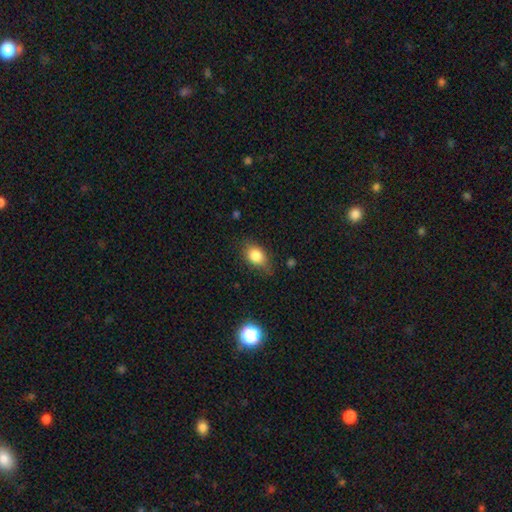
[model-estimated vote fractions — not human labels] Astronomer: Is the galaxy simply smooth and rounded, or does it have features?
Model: smooth — 82%.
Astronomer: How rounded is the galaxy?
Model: in between — 71%.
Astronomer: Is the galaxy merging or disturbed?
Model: none — 68%.